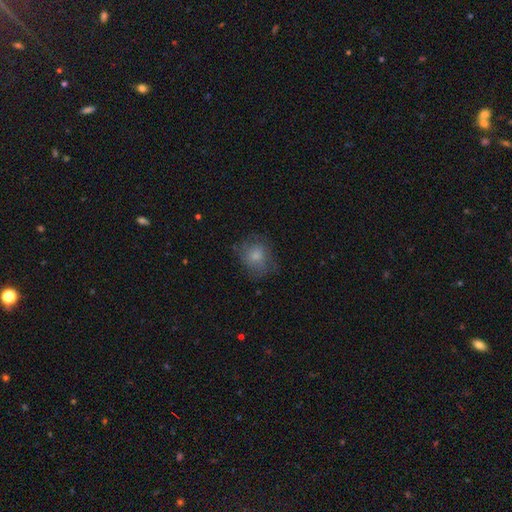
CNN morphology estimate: This appears to be a smooth galaxy with no disk features (72%) that is round (68%). Merging: none (64%).